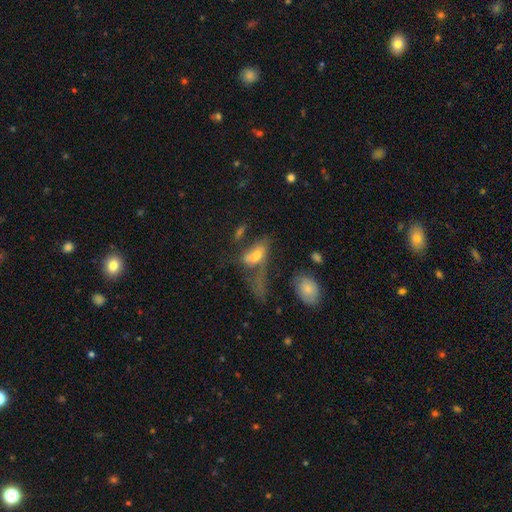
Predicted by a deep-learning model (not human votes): smooth_or_featured: smooth (p=0.53) [alt: featured or disk p=0.32]
how_rounded: in between (p=0.82) [alt: cigar-shaped p=0.12]
merging: major disturbance (p=0.35) [alt: merger p=0.26]